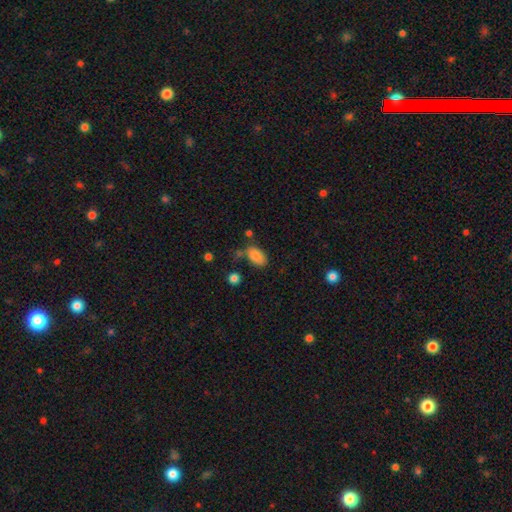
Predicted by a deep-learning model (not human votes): Smooth or featured? Predicted: smooth (p=0.86). How rounded? Predicted: in between (p=0.92). Merging? Predicted: none (p=0.69).